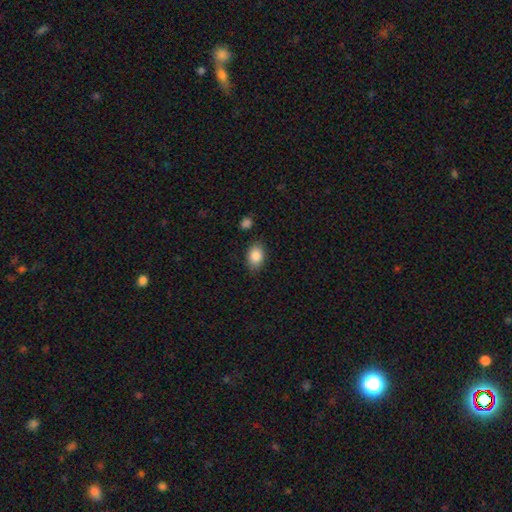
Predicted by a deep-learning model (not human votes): The model was most divided on "how rounded": in between: 77%, round: 22%, cigar-shaped: 1%. More confident: smooth or featured — smooth (86%); merging — none (81%).